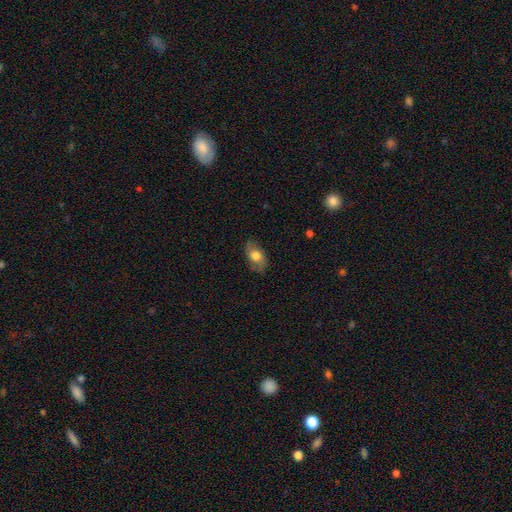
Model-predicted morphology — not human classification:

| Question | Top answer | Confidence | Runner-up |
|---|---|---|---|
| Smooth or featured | smooth | 62% | featured or disk (30%) |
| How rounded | in between | 88% | round (10%) |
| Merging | none | 78% | minor disturbance (16%) |